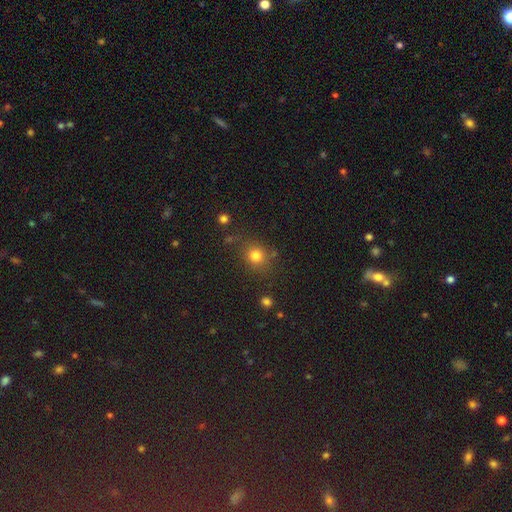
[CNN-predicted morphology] Q: Smooth or featured?
A: smooth (78%); runner-up: star or artifact (15%)
Q: How rounded?
A: round (78%); runner-up: in between (21%)
Q: Merging?
A: none (77%); runner-up: minor disturbance (13%)